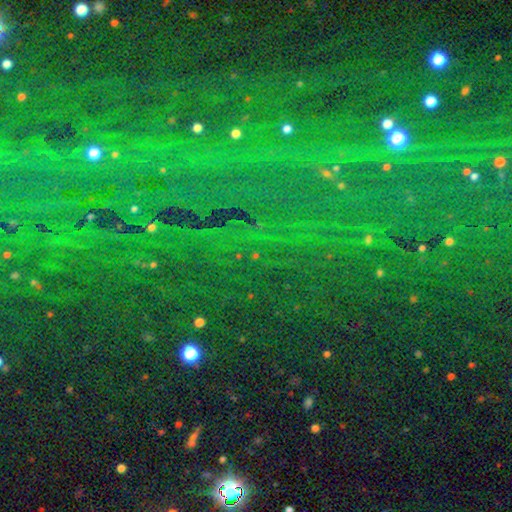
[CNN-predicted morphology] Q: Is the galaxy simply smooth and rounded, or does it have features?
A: star or artifact — 83%.